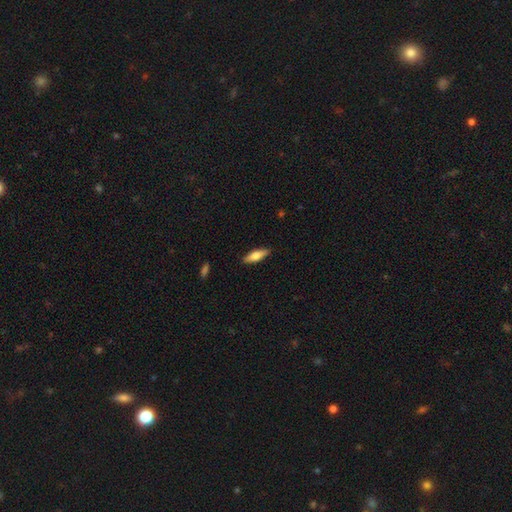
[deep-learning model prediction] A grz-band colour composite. It shows a smooth galaxy with no disk features (68%) that is in between round and cigar-shaped (50%). Merging: none (87%).